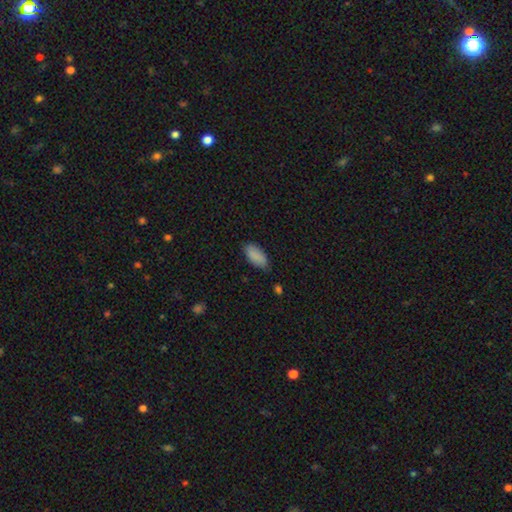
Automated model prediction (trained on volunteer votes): A smooth galaxy with no disk features (88%) that is in between round and cigar-shaped (92%).

Vote fractions:
- Smooth or featured? smooth: 88% / star or artifact: 7% / featured or disk: 5%
- How rounded? in between: 92% / cigar-shaped: 6% / round: 2%
- Merging? none: 78% / minor disturbance: 17% / major disturbance: 3% / merger: 2%